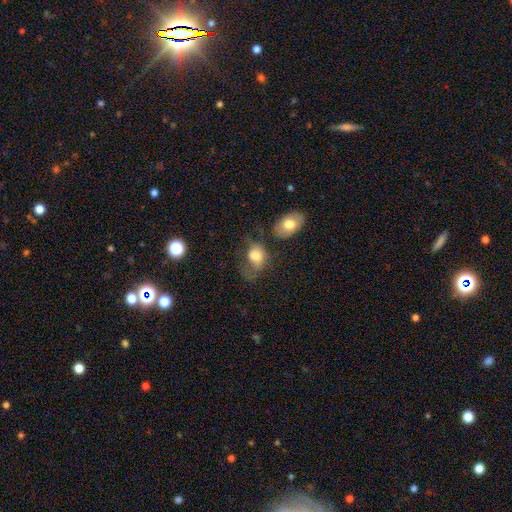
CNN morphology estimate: Overall: smooth (72%). How rounded: in between (67%; round 32%). Merging: major disturbance (34%; none 31%).